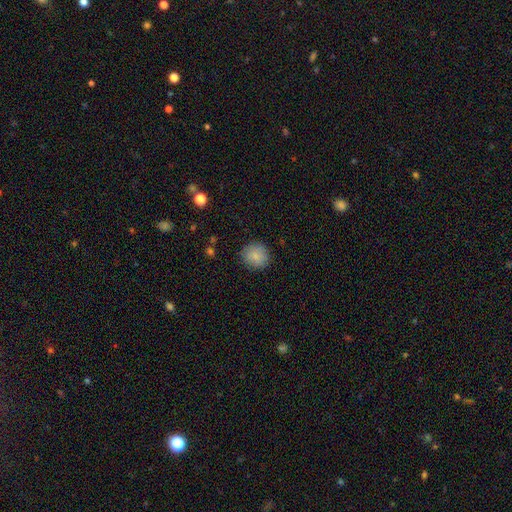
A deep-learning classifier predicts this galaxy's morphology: This appears to be a smooth galaxy with no disk features (85%) that is round (85%). Merging: none (86%).